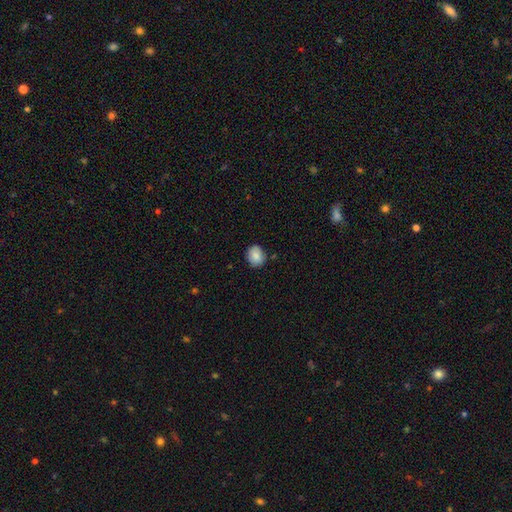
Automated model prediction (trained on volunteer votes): A smooth galaxy with no disk features (86%) that is round (60%).

Vote fractions:
- Smooth or featured? smooth: 86% / star or artifact: 8% / featured or disk: 6%
- How rounded? round: 60% / in between: 39% / cigar-shaped: 1%
- Merging? none: 83% / minor disturbance: 13% / major disturbance: 2% / merger: 2%